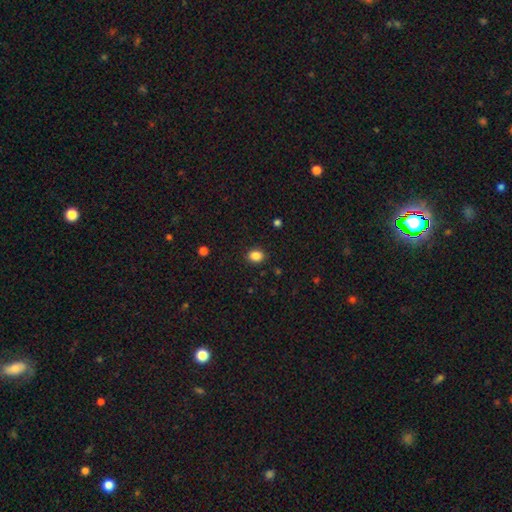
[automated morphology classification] A smooth galaxy with no disk features (86%) that is round (50%).

Vote fractions:
- Smooth or featured? smooth: 86% / star or artifact: 10% / featured or disk: 4%
- How rounded? round: 50% / in between: 49% / cigar-shaped: 1%
- Merging? none: 90% / minor disturbance: 7% / major disturbance: 2% / merger: 1%